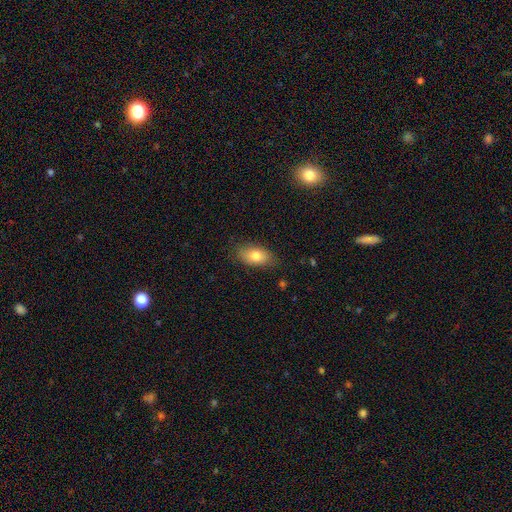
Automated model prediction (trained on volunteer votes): Smooth or featured?
  - smooth: 79% *
  - featured or disk: 14%
  - star or artifact: 8%
How rounded?
  - in between: 90% *
  - round: 6%
  - cigar-shaped: 4%
Merging?
  - none: 81% *
  - minor disturbance: 14%
  - major disturbance: 3%
  - merger: 1%